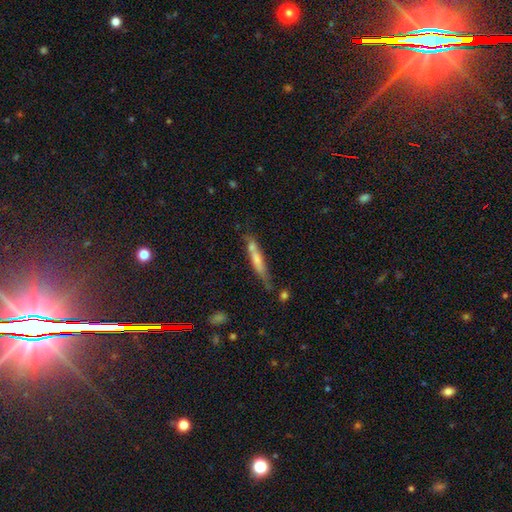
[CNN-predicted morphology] Smooth or featured? Predicted: featured or disk (p=0.44). Merging? Predicted: none (p=0.65).